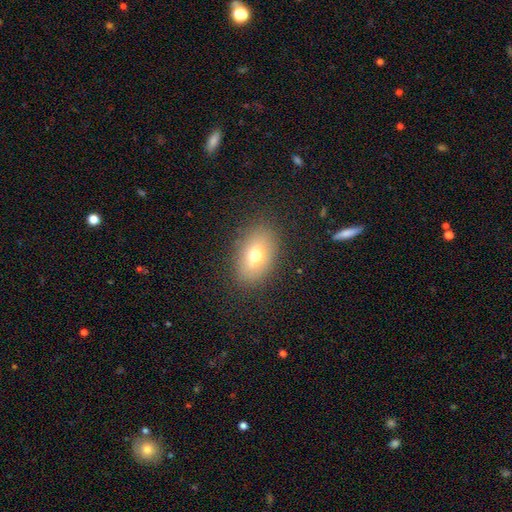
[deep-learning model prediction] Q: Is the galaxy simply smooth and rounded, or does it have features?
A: smooth — 72%.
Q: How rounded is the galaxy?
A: in between — 85%.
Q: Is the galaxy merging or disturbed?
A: none — 85%.